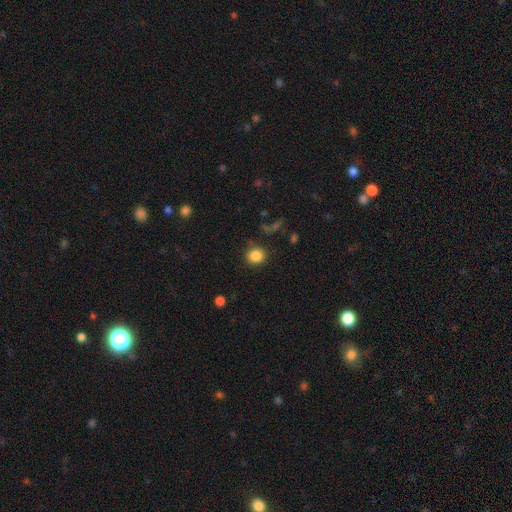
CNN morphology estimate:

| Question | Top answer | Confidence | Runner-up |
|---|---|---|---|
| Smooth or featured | smooth | 86% | star or artifact (10%) |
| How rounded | round | 89% | in between (10%) |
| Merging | none | 86% | minor disturbance (9%) |